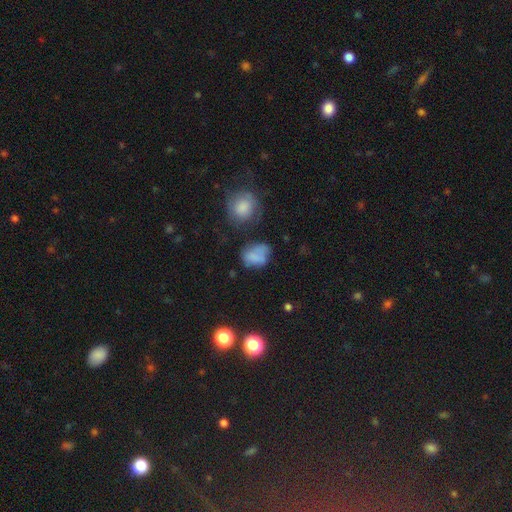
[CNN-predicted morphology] This appears to be a smooth galaxy with no disk features (70%) that is in between round and cigar-shaped (62%). Merging: none (43%).